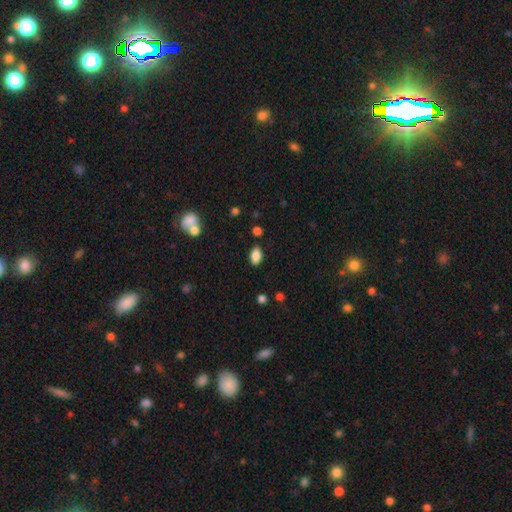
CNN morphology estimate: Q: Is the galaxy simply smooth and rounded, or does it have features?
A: smooth — 85%.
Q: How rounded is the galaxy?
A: in between — 91%.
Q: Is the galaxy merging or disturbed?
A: none — 86%.